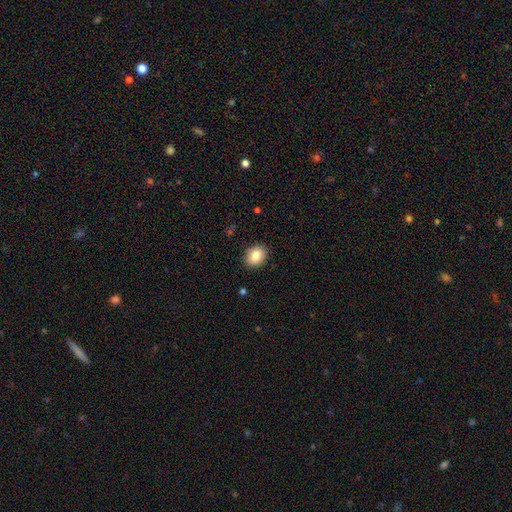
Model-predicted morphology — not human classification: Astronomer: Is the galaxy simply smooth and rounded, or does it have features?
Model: smooth — 84%.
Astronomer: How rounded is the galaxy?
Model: in between — 52% (runner-up: round, 47%).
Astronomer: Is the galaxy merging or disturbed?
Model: none — 89%.